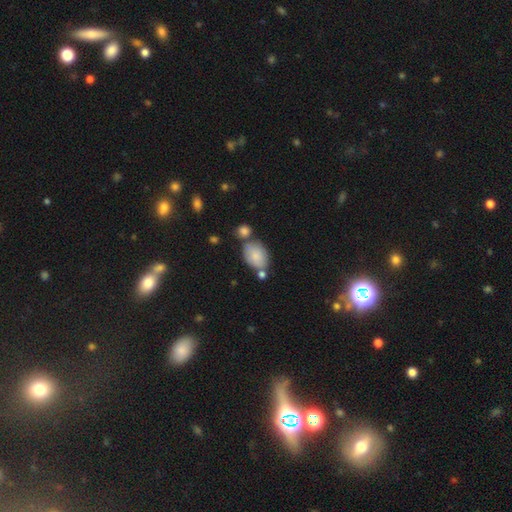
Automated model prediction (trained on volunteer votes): A smooth galaxy with no disk features (81%) that is in between round and cigar-shaped (78%). Merging: none (55%).